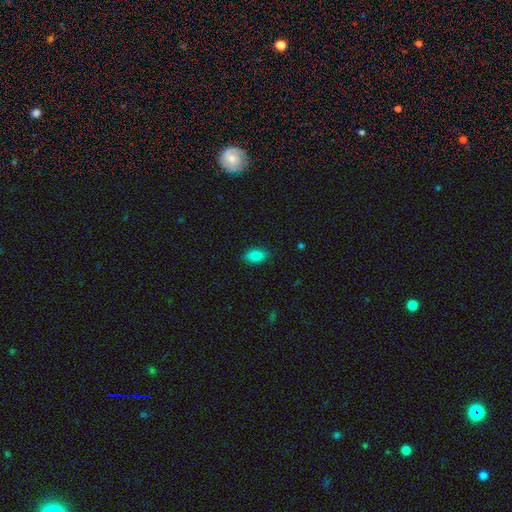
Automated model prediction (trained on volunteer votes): smooth 85%, star or artifact 9%, featured or disk 6%. Down the decision tree: how rounded — in between (91%); merging — none (87%).